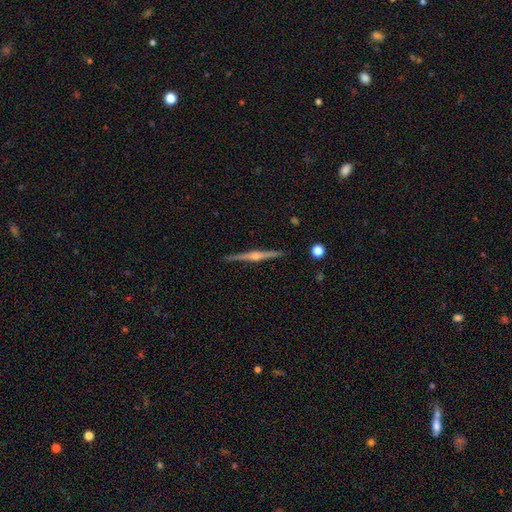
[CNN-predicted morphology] Q: Smooth or featured?
A: featured or disk (82%); runner-up: smooth (11%)
Q: Edge-on disk?
A: yes (98%); runner-up: no (2%)
Q: Edge-on bulge?
A: rounded (87%); runner-up: none (7%)
Q: Merging?
A: none (90%); runner-up: minor disturbance (7%)